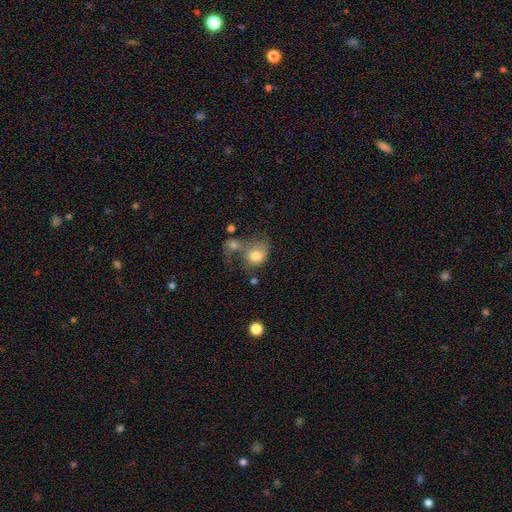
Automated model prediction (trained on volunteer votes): This is likely a smooth galaxy (72%). How rounded: possibly round (52%). Merging: possibly merger (51%).